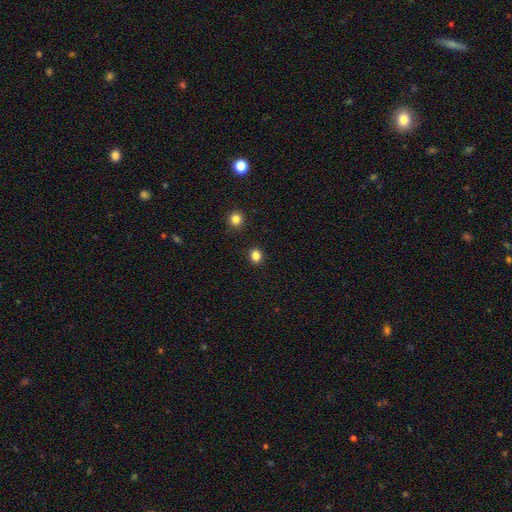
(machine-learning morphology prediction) Smooth or featured?
  - smooth: 84% *
  - star or artifact: 12%
  - featured or disk: 4%
How rounded?
  - round: 63% *
  - in between: 36%
  - cigar-shaped: 1%
Merging?
  - none: 90% *
  - minor disturbance: 6%
  - major disturbance: 2%
  - merger: 2%